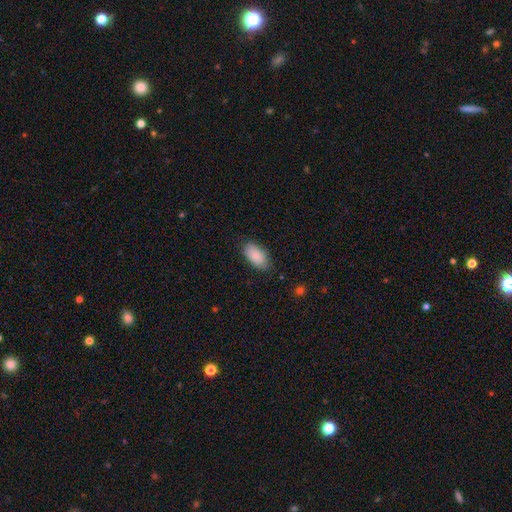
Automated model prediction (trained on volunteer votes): Smooth or featured?
  - smooth: 87% *
  - featured or disk: 6%
  - star or artifact: 6%
How rounded?
  - in between: 94% *
  - cigar-shaped: 3%
  - round: 3%
Merging?
  - none: 82% *
  - minor disturbance: 14%
  - major disturbance: 3%
  - merger: 1%